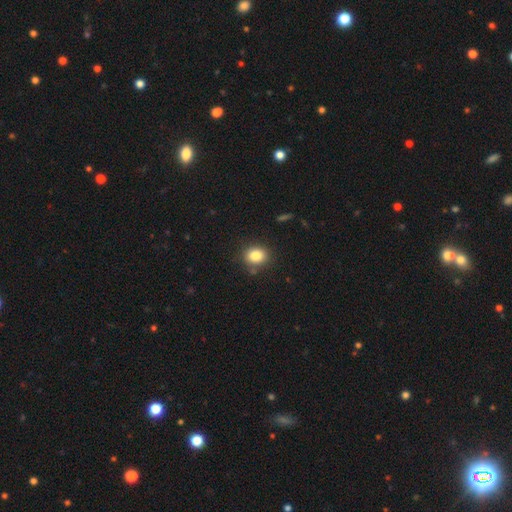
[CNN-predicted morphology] A smooth galaxy with no disk features (83%) that is round (62%). Merging: none (82%).